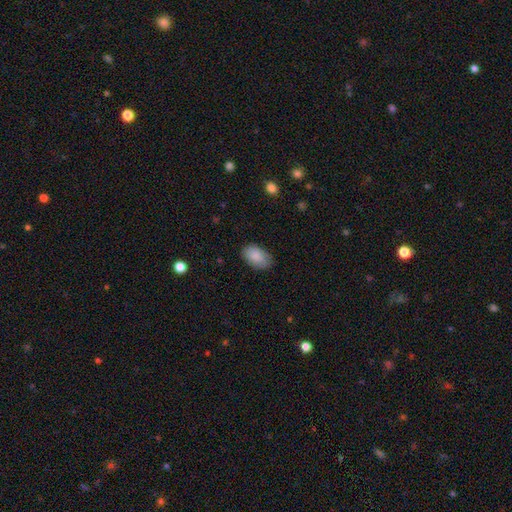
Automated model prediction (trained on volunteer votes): Smooth or featured? Predicted: smooth (p=0.88). How rounded? Predicted: in between (p=0.92). Merging? Predicted: none (p=0.81).